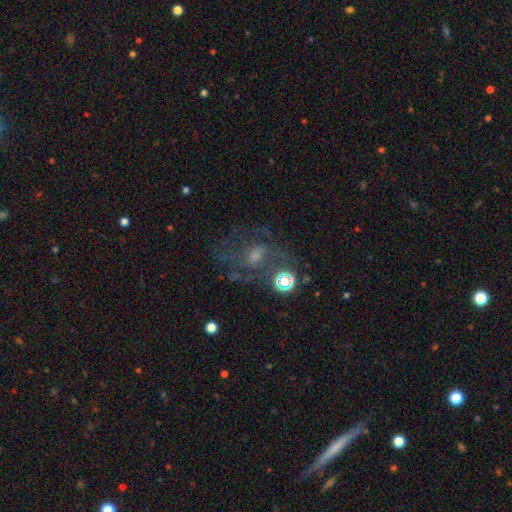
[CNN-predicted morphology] This is possibly a featured or disk galaxy (57%). It is clearly not viewed edge-on (96%). Bar: possibly no (56%). Spiral arm pattern: likely yes (67%). Central bulge: marginally small (37%). Merging: possibly none (54%).